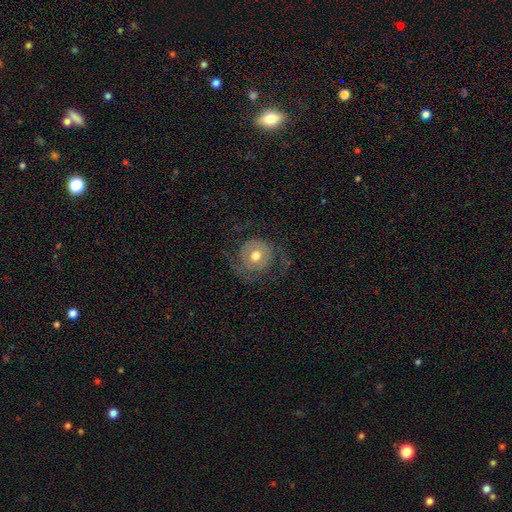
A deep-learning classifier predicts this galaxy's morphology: This is likely a featured or disk galaxy (61%). It is clearly not viewed edge-on (97%). Bar: likely no (78%). Spiral arm pattern: likely yes (74%). Central bulge: likely moderate (76%). Merging: possibly none (57%).